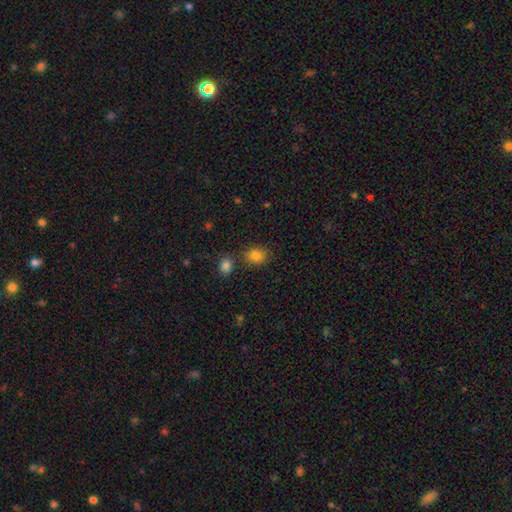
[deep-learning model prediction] smooth 82%, star or artifact 11%, featured or disk 7%. Down the decision tree: how rounded — round (59%); merging — none (77%).